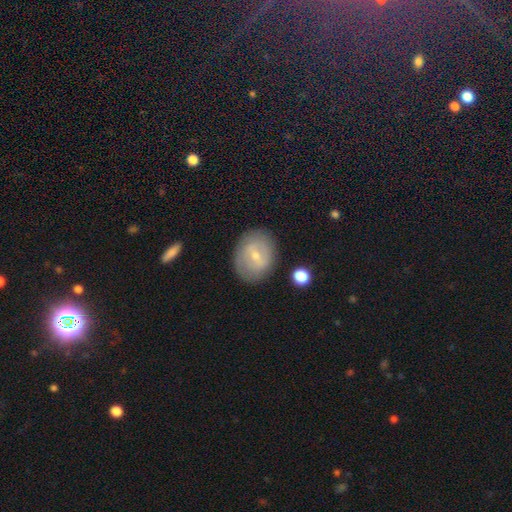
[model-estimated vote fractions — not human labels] A featured or disk galaxy (52%).

Vote fractions:
- Smooth or featured? featured or disk: 52% / smooth: 41% / star or artifact: 8%
- Edge-on disk? no: 95% / yes: 5%
- Merging? none: 82% / minor disturbance: 12% / major disturbance: 4% / merger: 2%